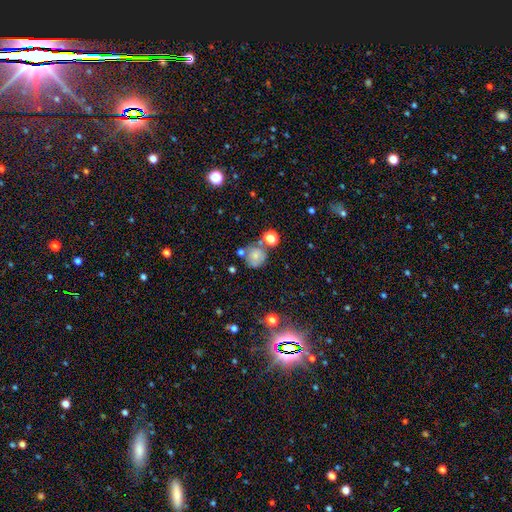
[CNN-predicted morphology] Smooth or featured: smooth — 66% (featured or disk — 20%)
How rounded: round — 82% (in between — 17%)
Merging: none — 58% (minor disturbance — 18%)